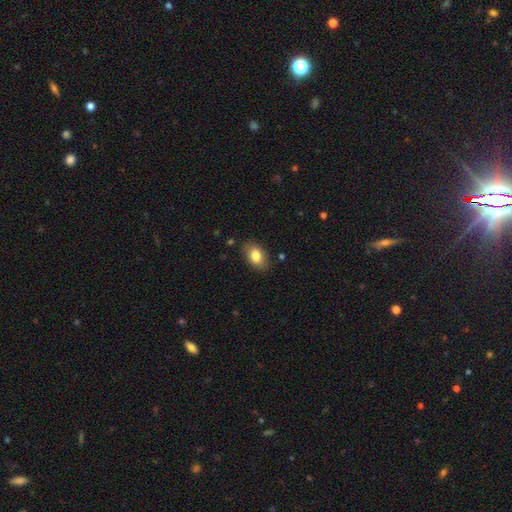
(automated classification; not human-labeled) Q: Smooth or featured?
A: smooth (83%); runner-up: featured or disk (9%)
Q: How rounded?
A: in between (87%); runner-up: round (12%)
Q: Merging?
A: none (84%); runner-up: minor disturbance (12%)